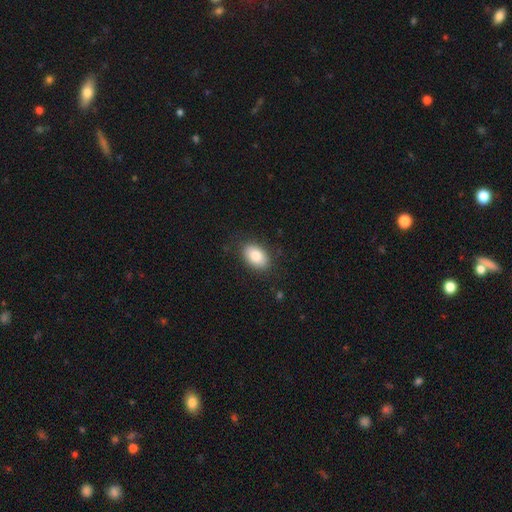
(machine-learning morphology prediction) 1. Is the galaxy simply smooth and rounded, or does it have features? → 84% smooth, 9% featured or disk, 7% star or artifact.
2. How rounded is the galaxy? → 89% in between, 9% round, 1% cigar-shaped.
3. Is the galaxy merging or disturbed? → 86% none, 10% minor disturbance, 3% major disturbance, 1% merger.